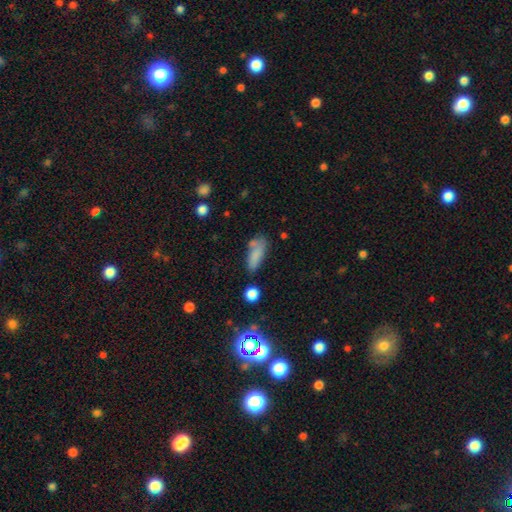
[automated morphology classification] The model was most divided on "merging": none: 52%, minor disturbance: 23%, merger: 14%, major disturbance: 10%. More confident: smooth or featured — smooth (78%); how rounded — in between (66%).